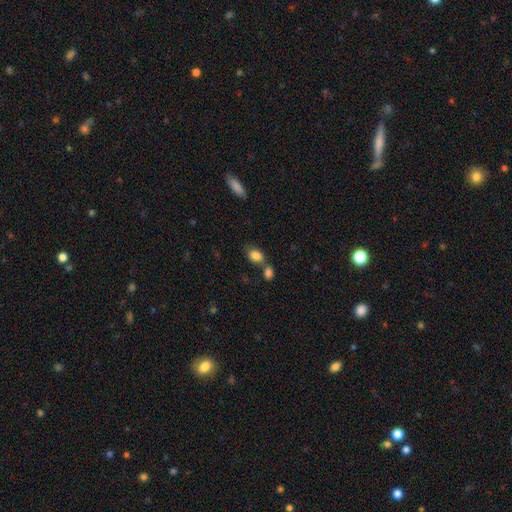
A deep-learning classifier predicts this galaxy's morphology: A smooth galaxy with no disk features (85%) that is in between round and cigar-shaped (81%). Merging: none (52%).